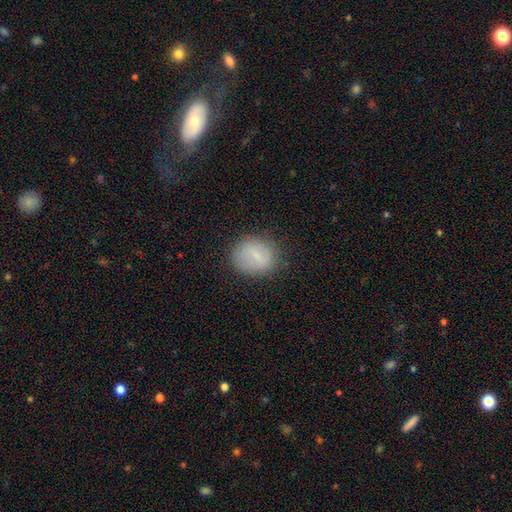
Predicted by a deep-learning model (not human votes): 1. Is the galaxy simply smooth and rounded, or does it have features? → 72% smooth, 19% featured or disk, 9% star or artifact.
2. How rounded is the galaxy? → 70% round, 29% in between, 1% cigar-shaped.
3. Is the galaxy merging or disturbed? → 80% none, 14% minor disturbance, 5% major disturbance, 1% merger.